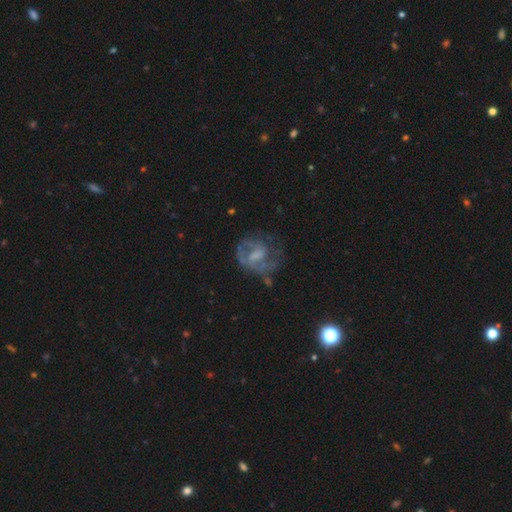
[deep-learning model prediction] featured or disk 72%, smooth 20%, star or artifact 8%. Down the decision tree: edge-on disk — no (97%); bar — weak (46%); spiral arms — yes (76%); spiral arm count — 2 (45%); spiral winding — medium (43%); bulge size — none (35%); merging — none (50%).